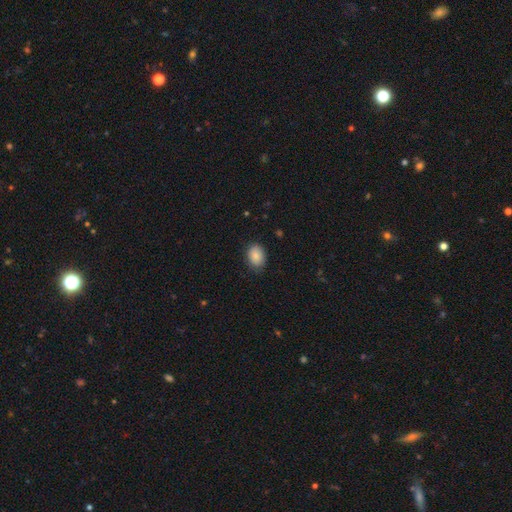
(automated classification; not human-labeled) A smooth galaxy with no disk features (87%) that is in between round and cigar-shaped (74%). Merging: none (83%).